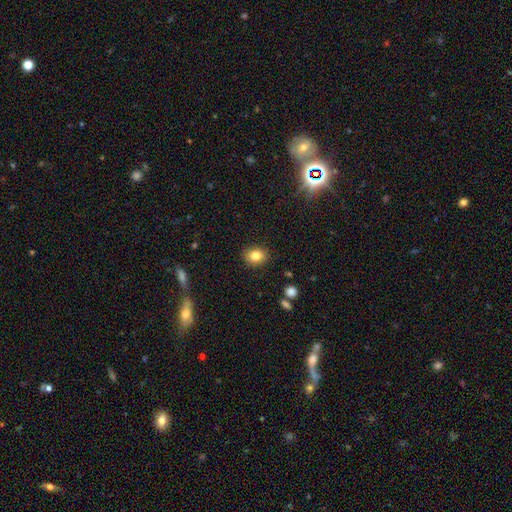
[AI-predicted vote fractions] Smooth or featured? Predicted: smooth (p=0.83). How rounded? Predicted: in between (p=0.50). Merging? Predicted: none (p=0.88).